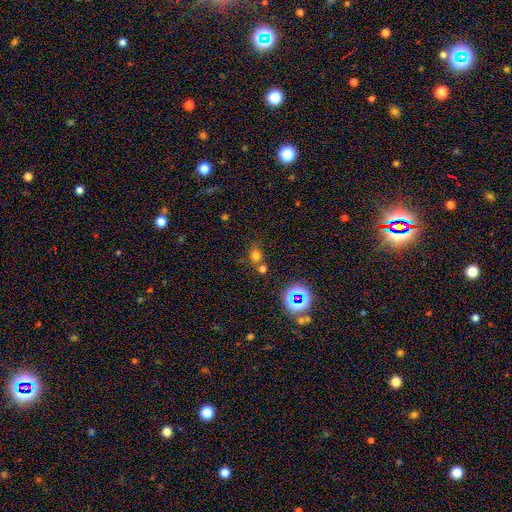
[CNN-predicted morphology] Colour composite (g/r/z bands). It shows a smooth galaxy with no disk features (64%) that is round (66%). Merging: none (60%).